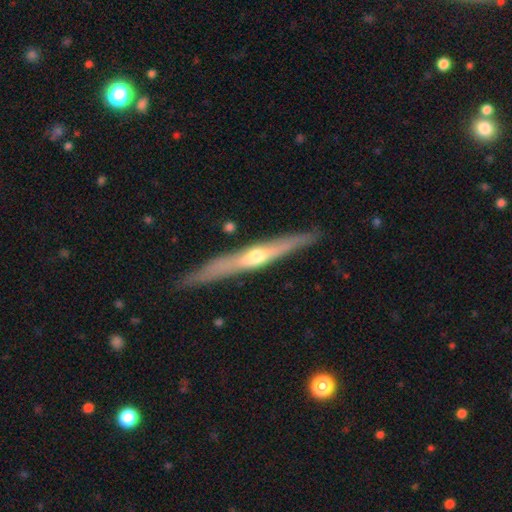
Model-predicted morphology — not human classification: type=featured or disk (69%); edge-on=yes (95%); edge-on bulge=rounded (84%); merging=none (86%).